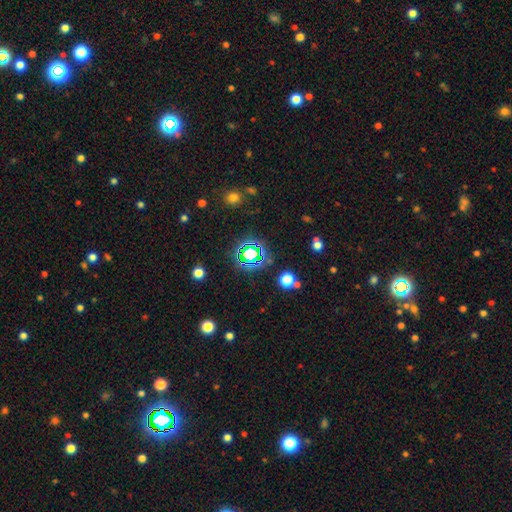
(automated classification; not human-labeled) Smooth or featured?
  - star or artifact: 67% *
  - smooth: 23%
  - featured or disk: 11%